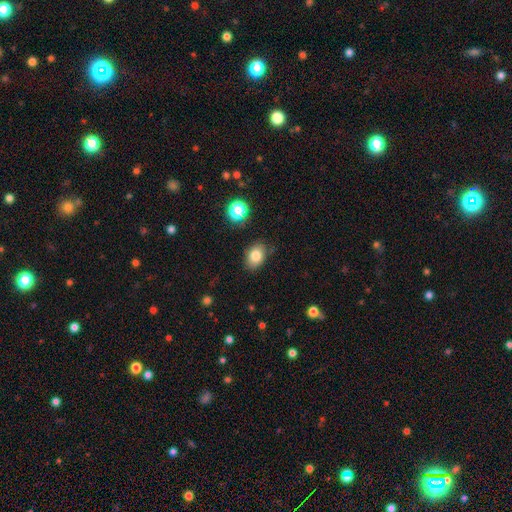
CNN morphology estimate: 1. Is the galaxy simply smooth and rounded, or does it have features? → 81% smooth, 11% star or artifact, 8% featured or disk.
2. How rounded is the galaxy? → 72% in between, 27% round, 1% cigar-shaped.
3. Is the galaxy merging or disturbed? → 79% none, 15% minor disturbance, 3% major disturbance, 2% merger.